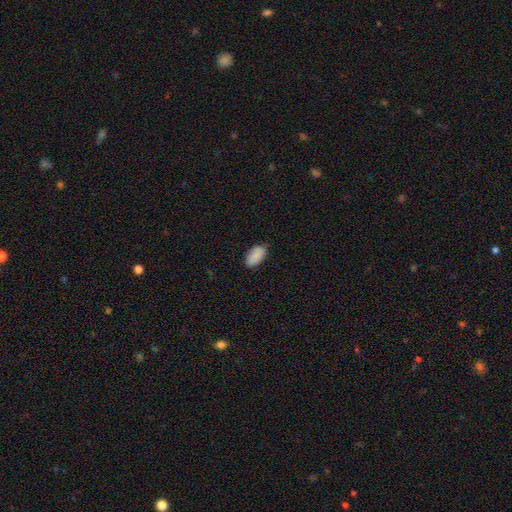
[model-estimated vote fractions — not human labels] A smooth galaxy with no disk features (88%) that is in between round and cigar-shaped (94%). Merging: none (81%).